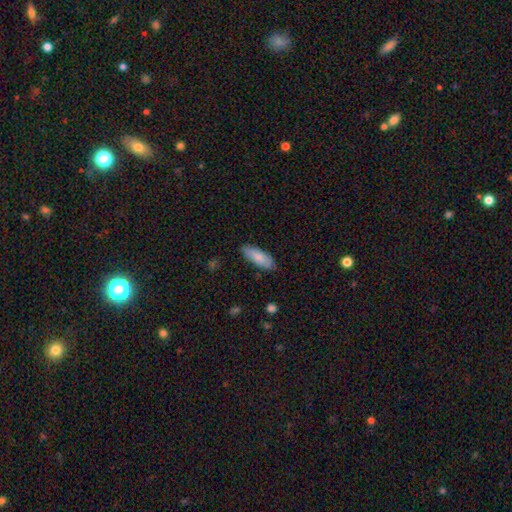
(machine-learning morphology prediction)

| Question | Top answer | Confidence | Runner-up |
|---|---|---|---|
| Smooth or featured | smooth | 83% | featured or disk (11%) |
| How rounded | in between | 61% | cigar-shaped (37%) |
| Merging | none | 86% | minor disturbance (11%) |